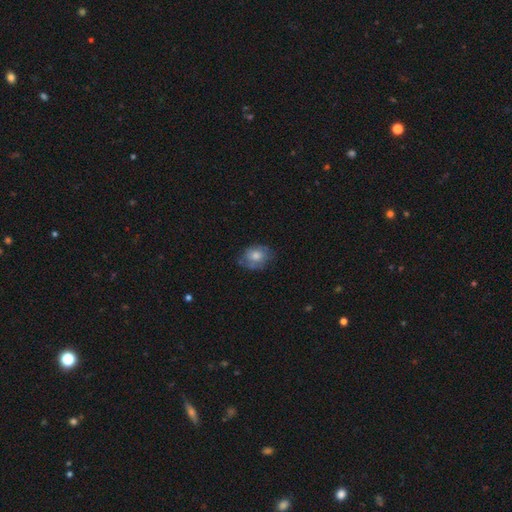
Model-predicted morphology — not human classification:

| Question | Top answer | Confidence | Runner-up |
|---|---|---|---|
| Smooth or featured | smooth | 55% | featured or disk (34%) |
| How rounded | in between | 53% | round (46%) |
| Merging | none | 67% | minor disturbance (24%) |